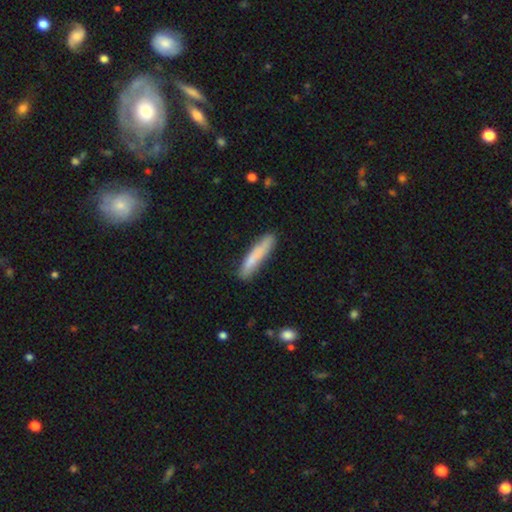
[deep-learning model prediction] This is likely a smooth galaxy (76%). How rounded: clearly cigar-shaped (90%). Merging: clearly none (80%).